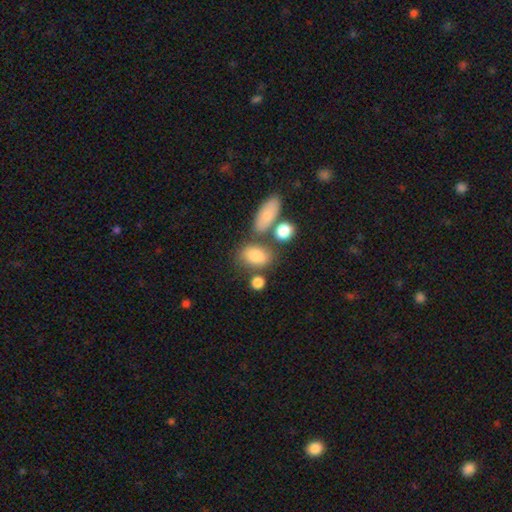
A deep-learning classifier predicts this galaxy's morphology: A smooth galaxy with no disk features (79%) that is in between round and cigar-shaped (81%). Merging: none (59%).